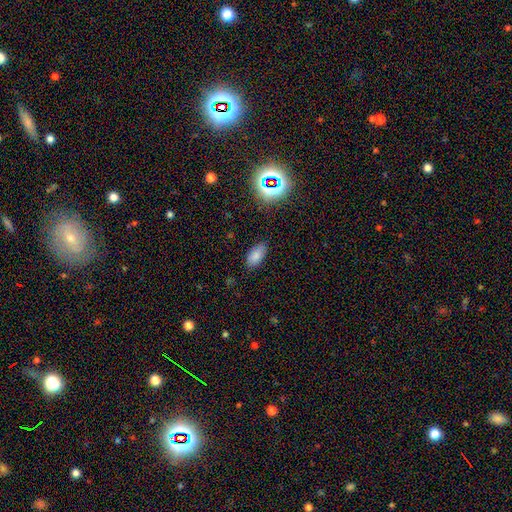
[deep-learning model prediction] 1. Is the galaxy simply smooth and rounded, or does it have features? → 79% smooth, 14% star or artifact, 7% featured or disk.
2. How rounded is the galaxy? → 93% in between, 4% round, 4% cigar-shaped.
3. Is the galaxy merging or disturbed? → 83% none, 13% minor disturbance, 3% major disturbance, 1% merger.